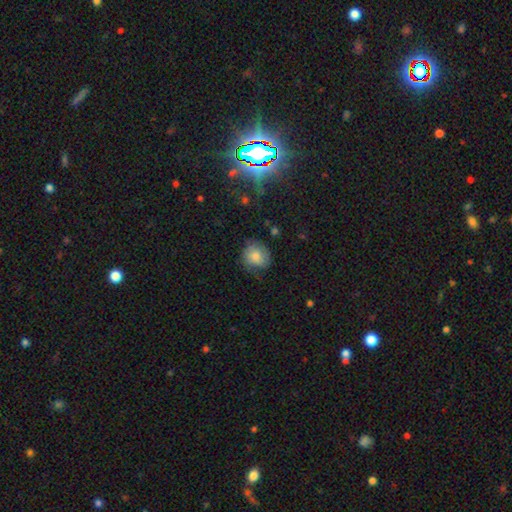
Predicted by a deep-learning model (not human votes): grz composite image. It shows a smooth galaxy with no disk features (66%) that is round (73%). Merging: none (67%).